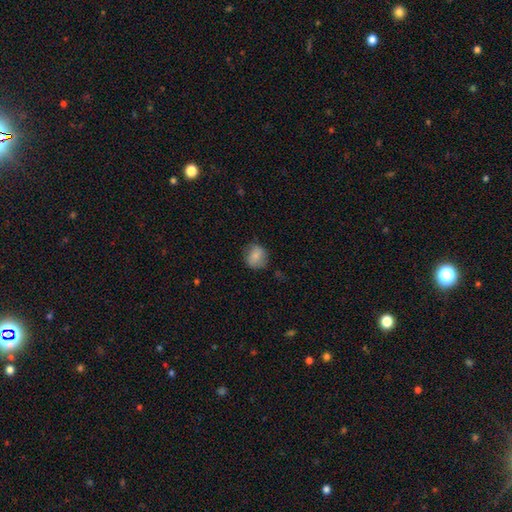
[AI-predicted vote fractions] A smooth galaxy with no disk features (81%) that is round (73%). Merging: none (72%).